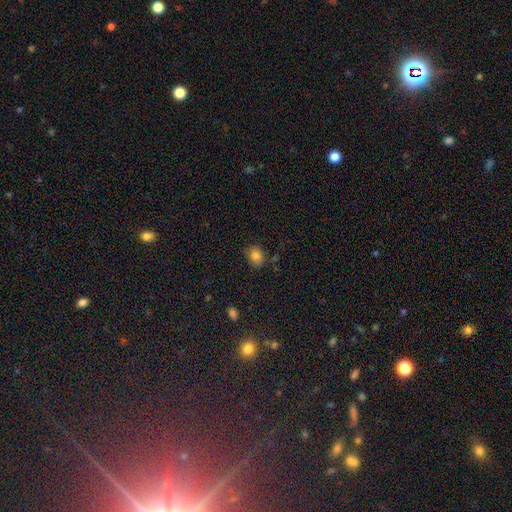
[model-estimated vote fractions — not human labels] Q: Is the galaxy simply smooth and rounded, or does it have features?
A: smooth — 82%.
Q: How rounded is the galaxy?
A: in between — 57%.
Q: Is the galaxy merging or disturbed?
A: none — 80%.